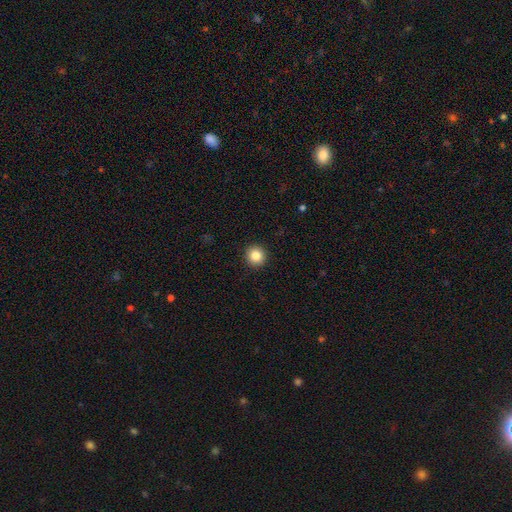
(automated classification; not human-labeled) Smooth or featured?
  - smooth: 84% *
  - star or artifact: 10%
  - featured or disk: 5%
How rounded?
  - round: 94% *
  - in between: 5%
  - cigar-shaped: 1%
Merging?
  - none: 93% *
  - minor disturbance: 4%
  - major disturbance: 2%
  - merger: 1%